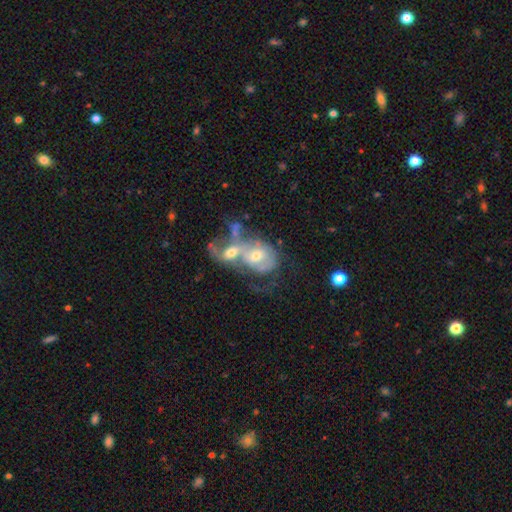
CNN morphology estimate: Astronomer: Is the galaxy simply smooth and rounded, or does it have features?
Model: featured or disk — 64%.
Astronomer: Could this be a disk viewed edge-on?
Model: no — 96%.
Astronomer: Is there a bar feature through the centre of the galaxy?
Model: no — 71%.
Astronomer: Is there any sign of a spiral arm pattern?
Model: yes — 57% (runner-up: no, 43%).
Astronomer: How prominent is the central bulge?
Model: moderate — 59%.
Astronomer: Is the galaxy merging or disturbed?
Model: merger — 73%.